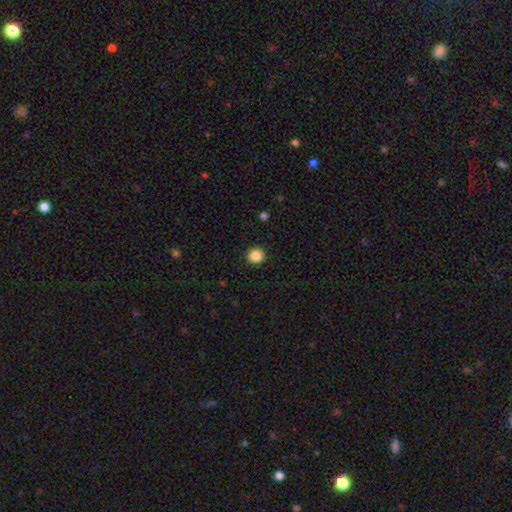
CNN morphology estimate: A smooth galaxy with no disk features (87%) that is round (95%).

Vote fractions:
- Smooth or featured? smooth: 87% / star or artifact: 10% / featured or disk: 3%
- How rounded? round: 95% / in between: 4% / cigar-shaped: 1%
- Merging? none: 93% / minor disturbance: 5% / major disturbance: 2% / merger: 1%